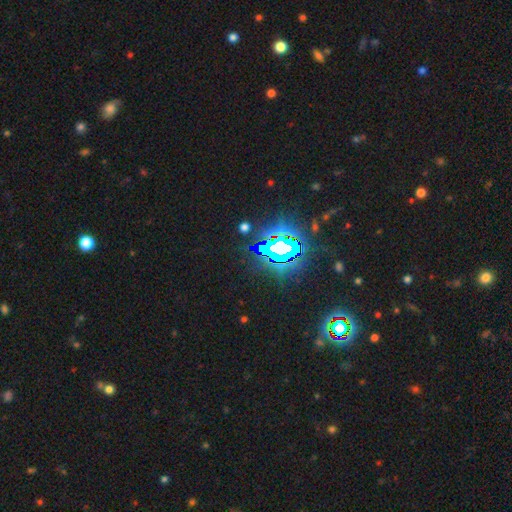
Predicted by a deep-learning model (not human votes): Morphology: type=star or artifact (84%).